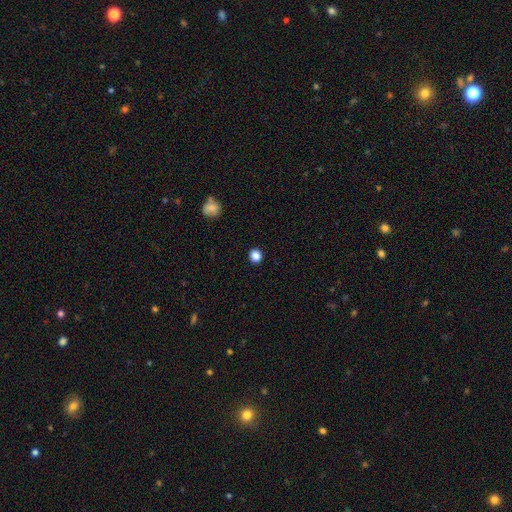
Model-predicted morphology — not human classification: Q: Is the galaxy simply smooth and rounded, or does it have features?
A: smooth — 86%.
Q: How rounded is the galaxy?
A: round — 85%.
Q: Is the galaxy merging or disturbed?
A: none — 92%.